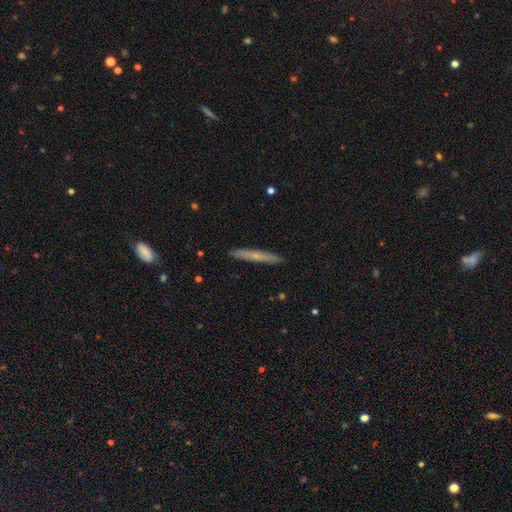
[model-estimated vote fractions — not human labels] Smooth or featured: smooth — 52% (featured or disk — 41%)
How rounded: cigar-shaped — 96% (in between — 3%)
Merging: none — 91% (minor disturbance — 7%)